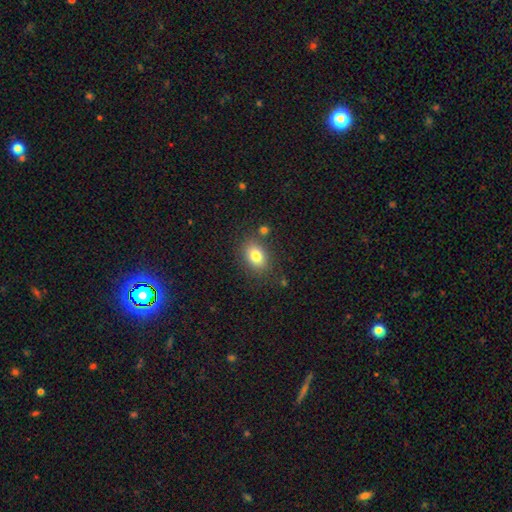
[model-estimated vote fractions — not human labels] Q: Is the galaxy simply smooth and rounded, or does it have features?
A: smooth — 81%.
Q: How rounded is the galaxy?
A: in between — 75%.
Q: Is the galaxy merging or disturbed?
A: none — 80%.